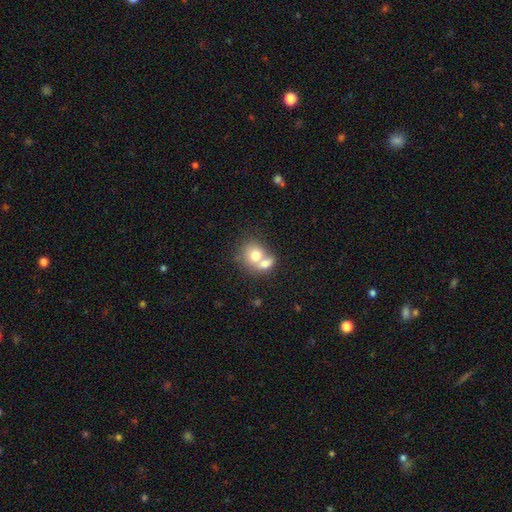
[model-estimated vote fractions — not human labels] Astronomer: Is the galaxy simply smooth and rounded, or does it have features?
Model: smooth — 71%.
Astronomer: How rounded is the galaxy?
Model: round — 65%.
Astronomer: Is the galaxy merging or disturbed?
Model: merger — 66%.